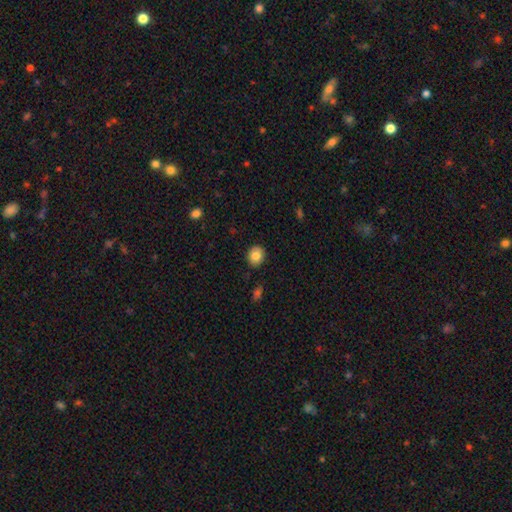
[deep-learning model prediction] Overall: smooth (82%). How rounded: round (69%; in between 30%). Merging: none (88%).